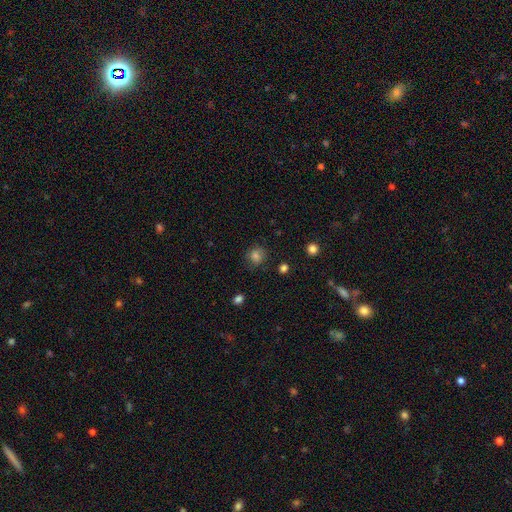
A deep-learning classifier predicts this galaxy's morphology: smooth-or-featured: smooth: 79% | star or artifact: 13% | featured or disk: 8%
  how-rounded: round: 79% | in between: 20% | cigar-shaped: 1%
  merging: none: 76% | minor disturbance: 17% | major disturbance: 5% | merger: 2%